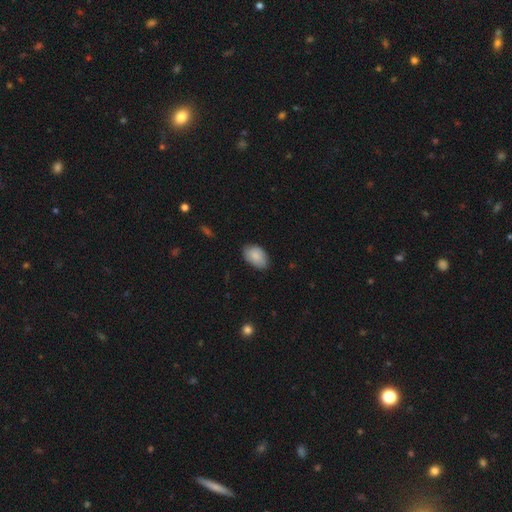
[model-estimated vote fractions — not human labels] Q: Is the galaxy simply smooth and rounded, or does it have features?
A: smooth — 87%.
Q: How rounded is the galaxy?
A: in between — 90%.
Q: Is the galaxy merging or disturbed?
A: none — 79%.